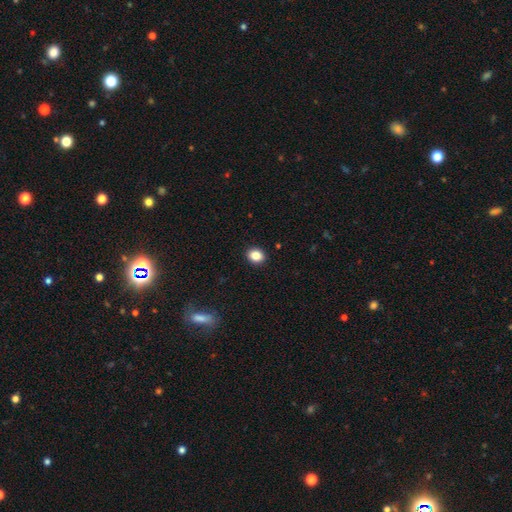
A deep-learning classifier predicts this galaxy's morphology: smooth_or_featured: smooth (p=0.85) [alt: star or artifact p=0.10]
how_rounded: round (p=0.61) [alt: in between p=0.38]
merging: none (p=0.92) [alt: minor disturbance p=0.06]